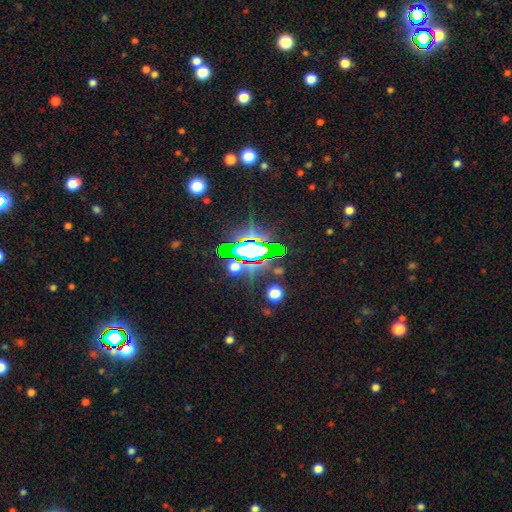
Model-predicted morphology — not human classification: This appears to be a star or artifact, not a galaxy (76%).